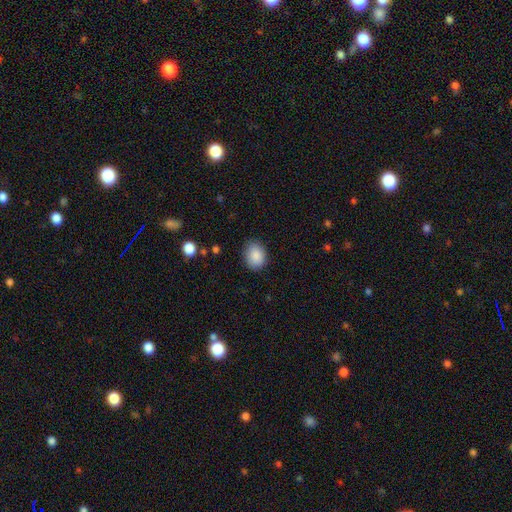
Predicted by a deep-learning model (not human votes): Smooth or featured: smooth — 88% (star or artifact — 7%)
How rounded: in between — 64% (round — 35%)
Merging: none — 83% (minor disturbance — 13%)